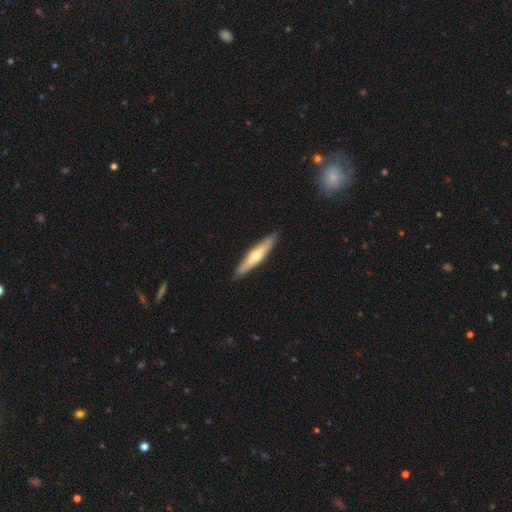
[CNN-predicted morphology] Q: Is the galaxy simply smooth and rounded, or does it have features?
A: smooth — 49%.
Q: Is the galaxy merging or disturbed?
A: none — 88%.